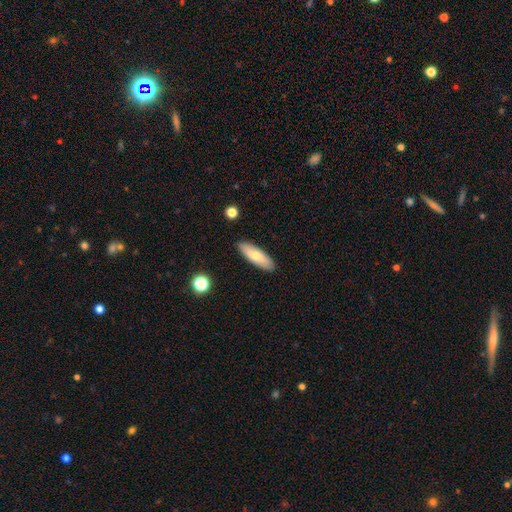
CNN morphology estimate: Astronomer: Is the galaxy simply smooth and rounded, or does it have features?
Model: smooth — 72%.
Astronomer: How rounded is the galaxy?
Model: in between — 51% (runner-up: cigar-shaped, 47%).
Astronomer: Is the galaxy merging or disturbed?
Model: none — 89%.